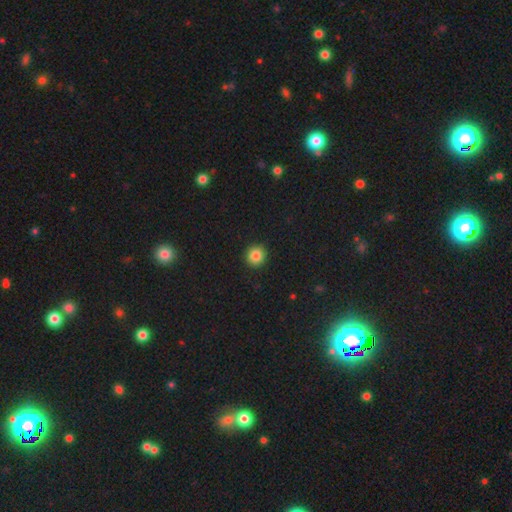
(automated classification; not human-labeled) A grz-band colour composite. It shows a smooth galaxy with no disk features (85%) that is round (92%). Merging: none (93%).